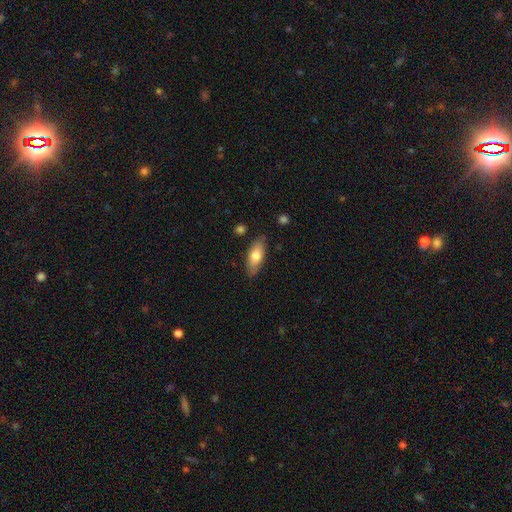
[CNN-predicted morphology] smooth 72%, featured or disk 22%, star or artifact 6%. Down the decision tree: how rounded — in between (75%); merging — none (82%).